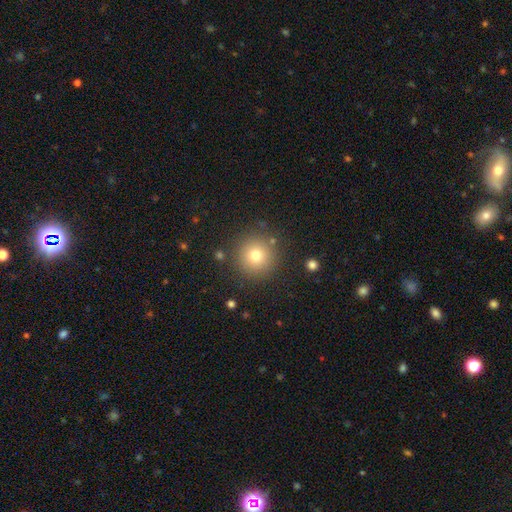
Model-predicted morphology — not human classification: A smooth galaxy with no disk features (75%) that is round (96%). Merging: none (87%).